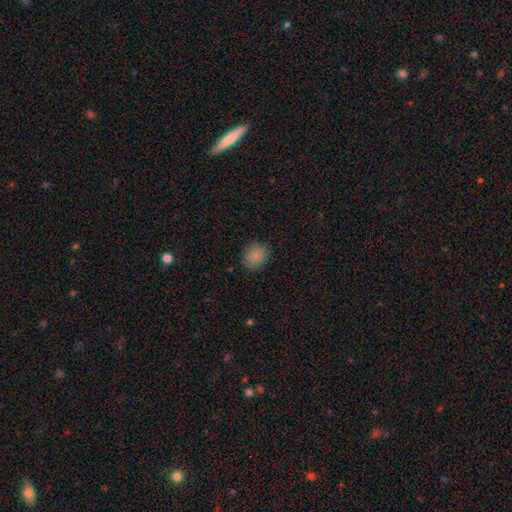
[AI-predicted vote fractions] smooth 85%, star or artifact 10%, featured or disk 4%. Down the decision tree: how rounded — round (70%); merging — none (86%).